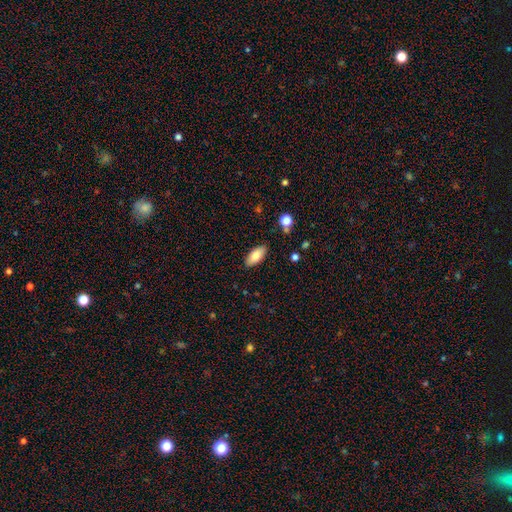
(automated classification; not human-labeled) Smooth or featured?
  - smooth: 82% *
  - featured or disk: 11%
  - star or artifact: 7%
How rounded?
  - in between: 88% *
  - cigar-shaped: 10%
  - round: 2%
Merging?
  - none: 87% *
  - minor disturbance: 9%
  - major disturbance: 2%
  - merger: 2%